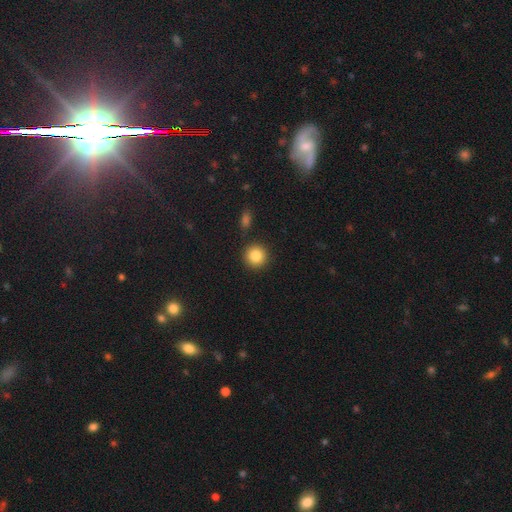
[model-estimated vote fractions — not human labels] Morphology: type=smooth (85%); roundness=round (93%); merging=none (88%).